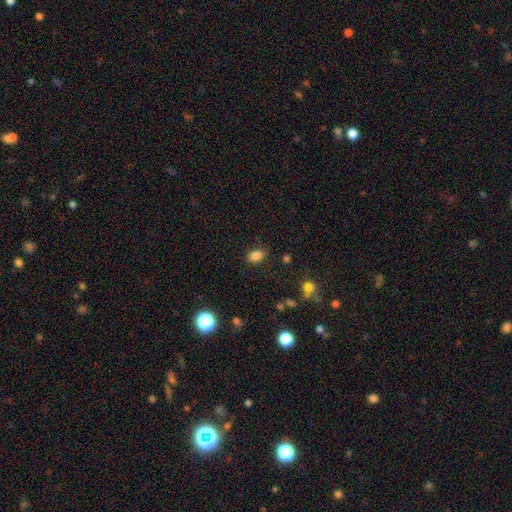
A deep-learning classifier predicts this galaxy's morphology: Q: Smooth or featured?
A: smooth (83%); runner-up: star or artifact (12%)
Q: How rounded?
A: in between (78%); runner-up: round (20%)
Q: Merging?
A: none (82%); runner-up: minor disturbance (13%)